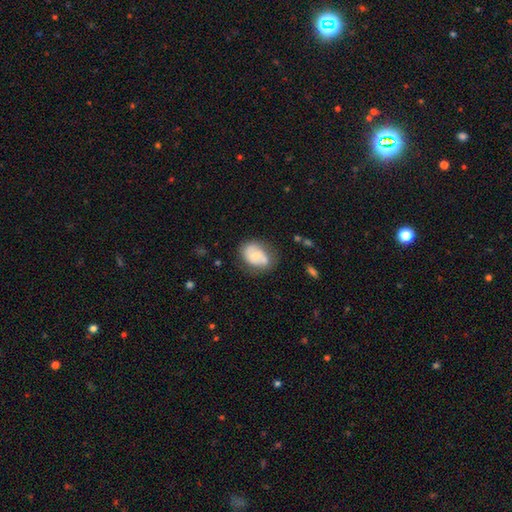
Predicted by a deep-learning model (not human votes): Smooth or featured? smooth (54%)
How rounded? in between (75%)
Merging? none (54%)